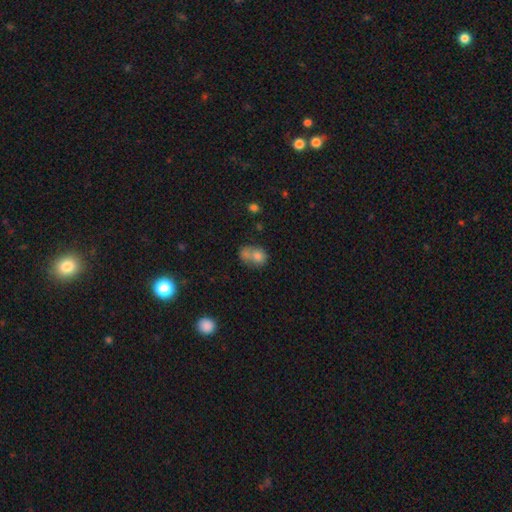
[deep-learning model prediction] smooth_or_featured: smooth (p=0.75) [alt: featured or disk p=0.15]
how_rounded: in between (p=0.55) [alt: round p=0.44]
merging: merger (p=0.56) [alt: none p=0.25]